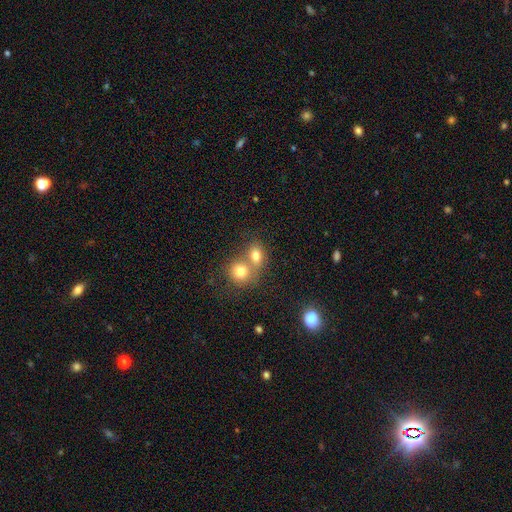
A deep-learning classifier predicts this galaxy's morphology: A smooth galaxy with no disk features (77%) that is round (53%). Merging: merger (59%).